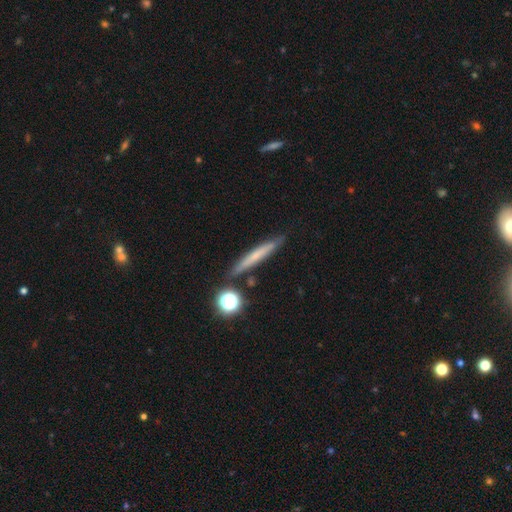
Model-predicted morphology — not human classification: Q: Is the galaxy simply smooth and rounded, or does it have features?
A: smooth — 52%.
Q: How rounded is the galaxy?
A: cigar-shaped — 92%.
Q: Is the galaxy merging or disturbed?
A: none — 82%.